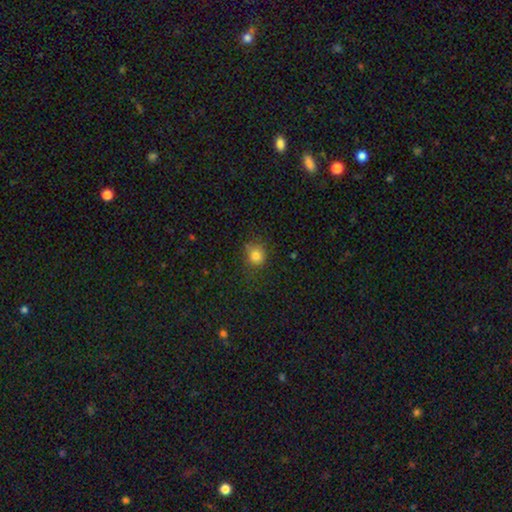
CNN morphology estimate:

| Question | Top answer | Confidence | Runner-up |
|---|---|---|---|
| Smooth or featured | smooth | 82% | star or artifact (12%) |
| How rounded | round | 82% | in between (17%) |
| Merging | none | 70% | minor disturbance (20%) |